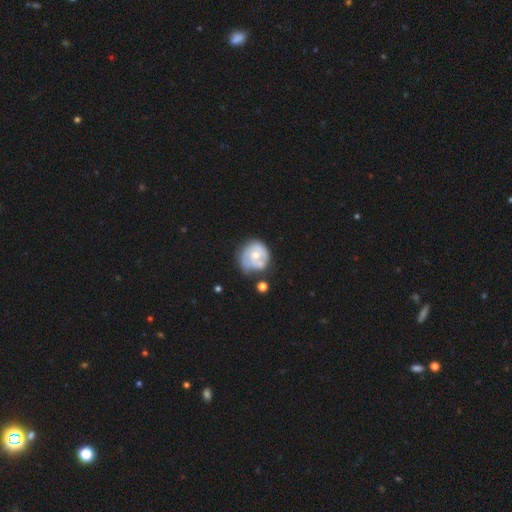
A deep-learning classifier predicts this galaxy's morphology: This appears to be a featured or disk galaxy (59%) with no bar (80%), spiral arms (57%) and a moderate central bulge (59%). Merging: none (45%).